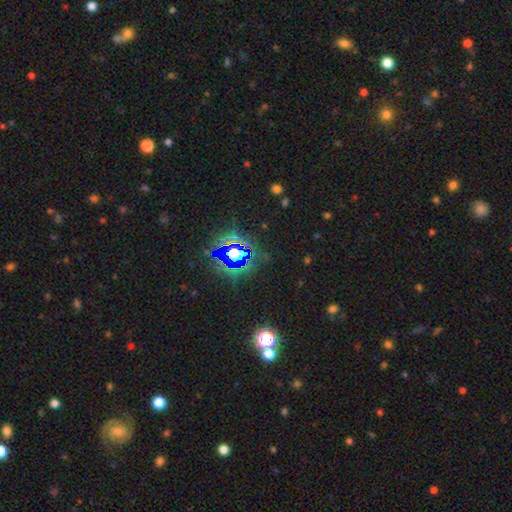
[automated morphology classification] This is clearly a star or artifact rather than a galaxy (80%).